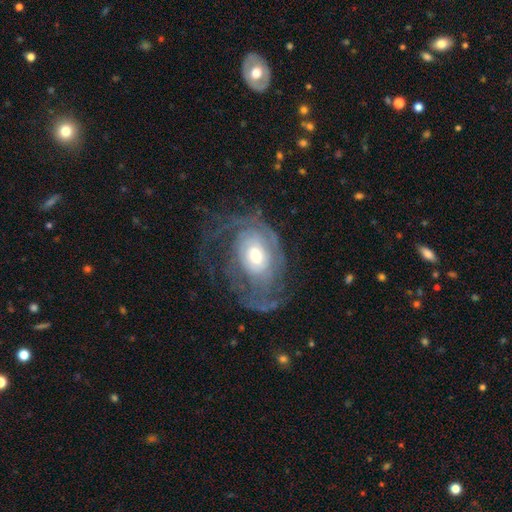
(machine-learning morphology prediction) A featured or disk galaxy (83%) with no bar (73%), tight (53%) spiral arms (88%) and a moderate central bulge (61%).

Vote fractions:
- Smooth or featured? featured or disk: 83% / smooth: 12% / star or artifact: 6%
- Edge-on disk? no: 96% / yes: 4%
- Bar? no: 73% / weak: 22% / strong: 5%
- Spiral arms? yes: 88% / no: 12%
- Spiral winding? tight: 53% / medium: 31% / loose: 16%
- Spiral arm count? can't tell: 39% / 2: 26% / 3: 13% / 1: 9% / 4: 7% / more than 4: 6%
- Bulge size? moderate: 61% / large: 19% / small: 16% / dominant: 2% / none: 1%
- Merging? none: 53% / major disturbance: 26% / minor disturbance: 19% / merger: 2%